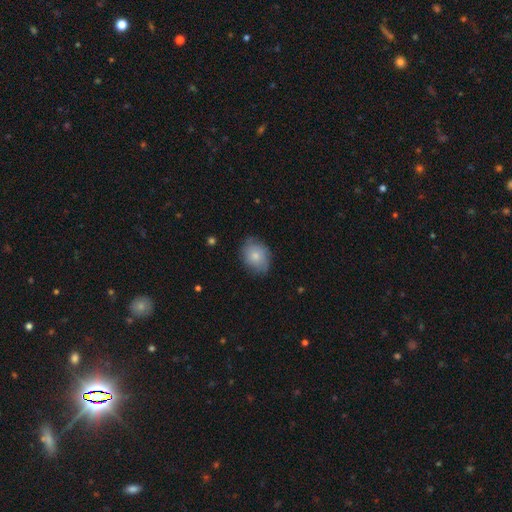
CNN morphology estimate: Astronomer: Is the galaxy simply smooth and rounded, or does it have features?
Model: smooth — 76%.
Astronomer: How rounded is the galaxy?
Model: in between — 59% (runner-up: round, 40%).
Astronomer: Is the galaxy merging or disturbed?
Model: none — 72%.